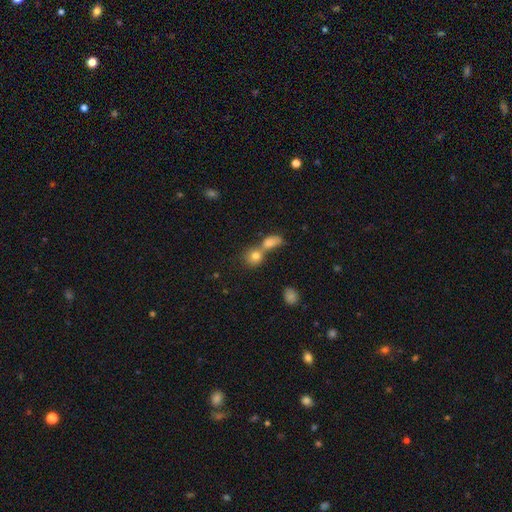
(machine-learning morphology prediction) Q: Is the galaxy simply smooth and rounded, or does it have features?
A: smooth — 78%.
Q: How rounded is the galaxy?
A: round — 70%.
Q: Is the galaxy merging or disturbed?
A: merger — 56%.